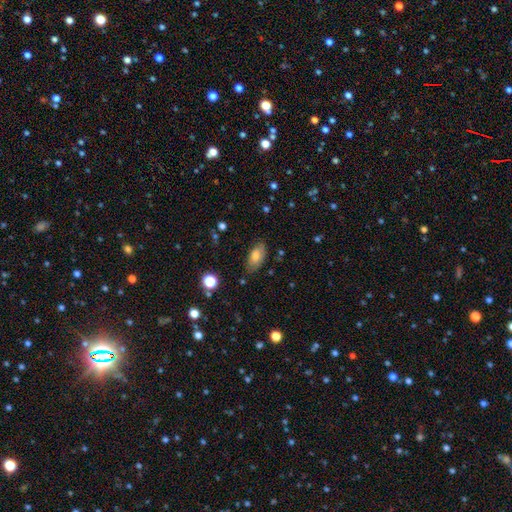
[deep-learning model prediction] The model was most divided on "smooth or featured": smooth: 70%, featured or disk: 21%, star or artifact: 9%. More confident: how rounded — in between (91%); merging — none (75%).